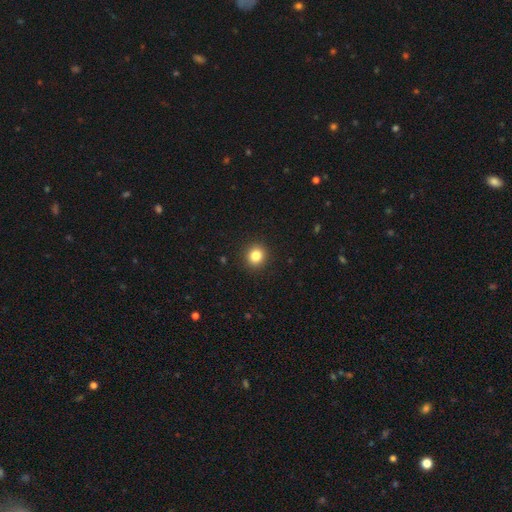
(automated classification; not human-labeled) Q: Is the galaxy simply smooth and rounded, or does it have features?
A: smooth — 83%.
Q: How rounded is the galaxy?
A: round — 89%.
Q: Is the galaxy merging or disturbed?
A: none — 92%.